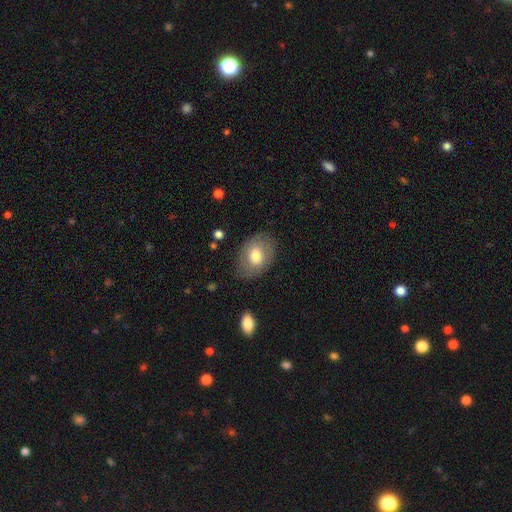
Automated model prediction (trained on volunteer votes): This is likely a smooth galaxy (67%). How rounded: likely in between (74%). Merging: likely none (77%).